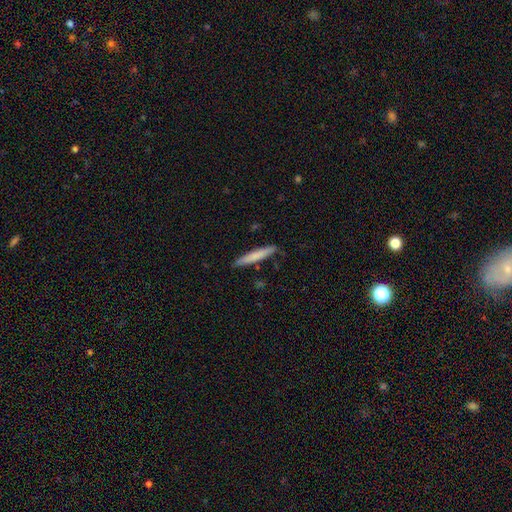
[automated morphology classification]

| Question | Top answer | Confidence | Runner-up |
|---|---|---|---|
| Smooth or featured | smooth | 73% | featured or disk (22%) |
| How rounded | cigar-shaped | 94% | in between (5%) |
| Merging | none | 87% | minor disturbance (10%) |